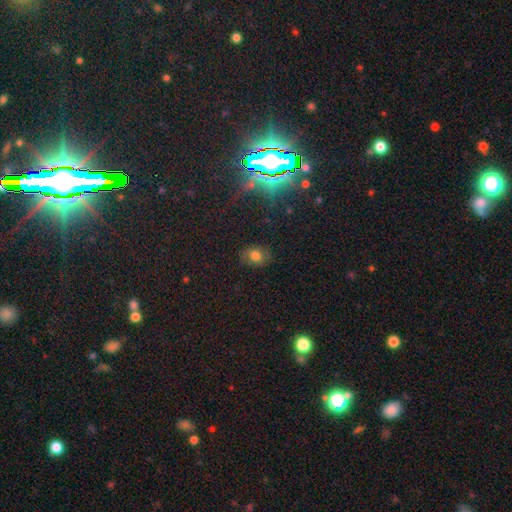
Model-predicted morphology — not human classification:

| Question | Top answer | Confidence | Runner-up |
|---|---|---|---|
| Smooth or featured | smooth | 73% | star or artifact (17%) |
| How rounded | round | 59% | in between (40%) |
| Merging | none | 78% | minor disturbance (15%) |